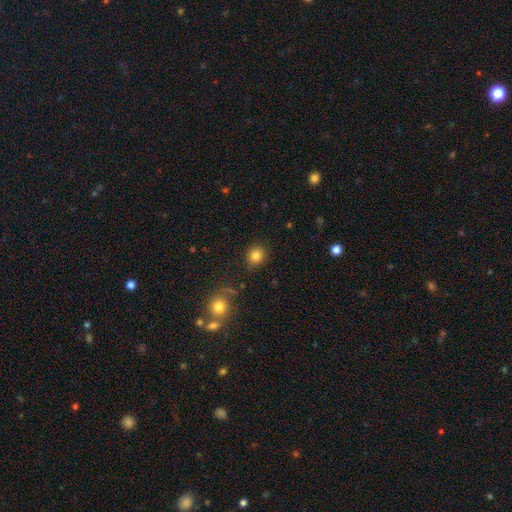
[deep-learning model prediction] The model was most divided on "how rounded": round: 80%, in between: 19%, cigar-shaped: 1%. More confident: merging — none (87%); smooth or featured — smooth (83%).